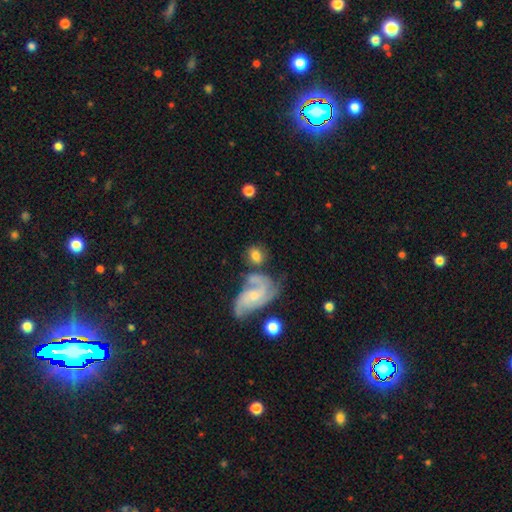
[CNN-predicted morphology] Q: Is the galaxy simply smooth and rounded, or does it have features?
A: smooth — 63%.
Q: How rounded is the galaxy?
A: round — 54%.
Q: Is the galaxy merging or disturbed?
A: none — 53%.